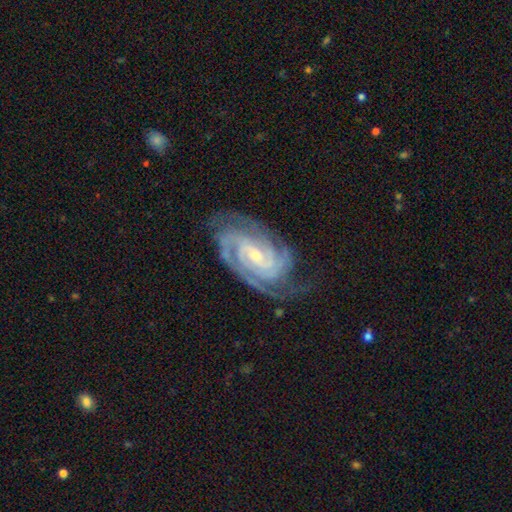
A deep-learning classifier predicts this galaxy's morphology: featured or disk 92%, star or artifact 5%, smooth 3%. Down the decision tree: edge-on disk — no (97%); bar — no (41%); spiral arms — yes (99%); spiral arm count — 3 (33%); spiral winding — tight (72%); bulge size — small (64%); merging — none (74%).